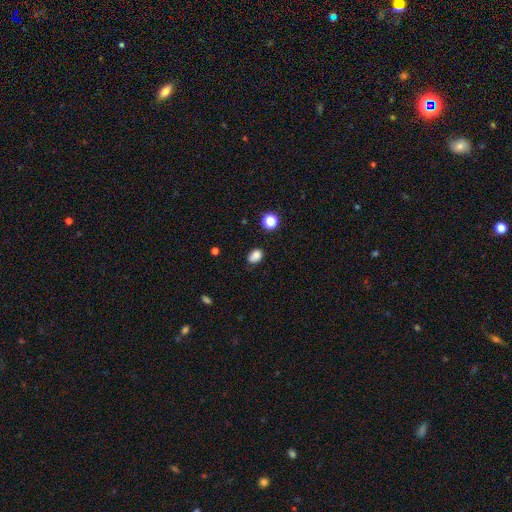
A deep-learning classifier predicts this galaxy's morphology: smooth_or_featured: smooth (p=0.84) [alt: star or artifact p=0.12]
how_rounded: in between (p=0.73) [alt: round p=0.25]
merging: none (p=0.75) [alt: minor disturbance p=0.19]